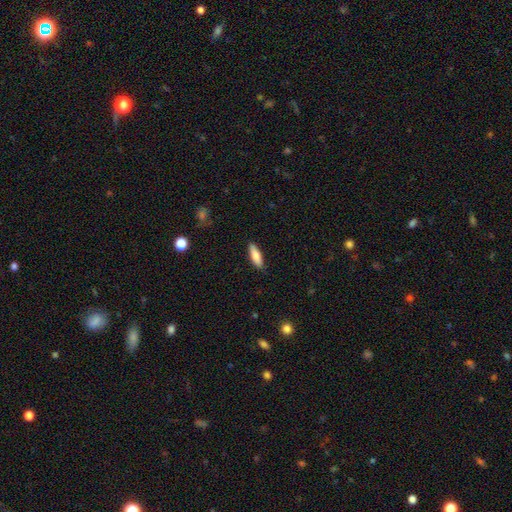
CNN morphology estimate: The model was most divided on "how rounded": cigar-shaped: 51%, in between: 47%, round: 2%. More confident: merging — none (88%); smooth or featured — smooth (77%).